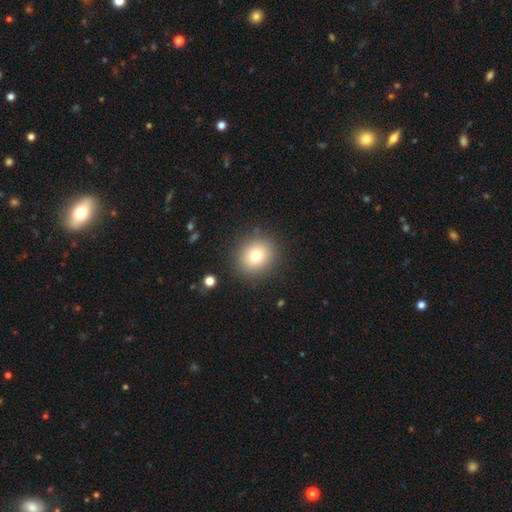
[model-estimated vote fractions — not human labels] Smooth or featured?
  - smooth: 77% *
  - star or artifact: 12%
  - featured or disk: 11%
How rounded?
  - round: 80% *
  - in between: 19%
  - cigar-shaped: 1%
Merging?
  - none: 88% *
  - minor disturbance: 8%
  - major disturbance: 3%
  - merger: 2%